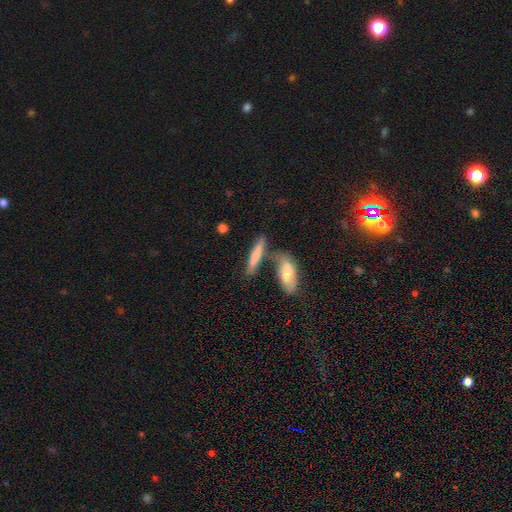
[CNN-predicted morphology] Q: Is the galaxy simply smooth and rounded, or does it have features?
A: smooth — 72%.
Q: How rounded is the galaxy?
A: cigar-shaped — 79%.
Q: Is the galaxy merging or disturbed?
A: none — 58%.